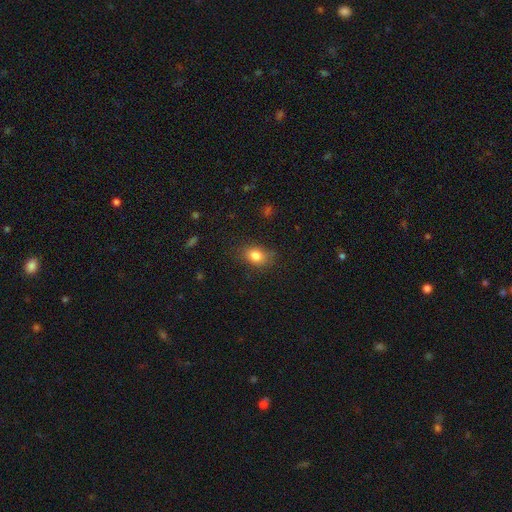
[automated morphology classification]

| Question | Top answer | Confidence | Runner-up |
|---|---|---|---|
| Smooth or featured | smooth | 82% | star or artifact (10%) |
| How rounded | in between | 69% | round (30%) |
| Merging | none | 78% | minor disturbance (16%) |